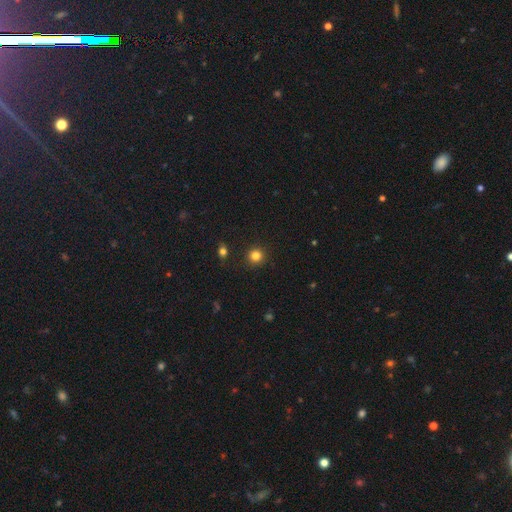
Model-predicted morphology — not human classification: The model was most divided on "smooth or featured": smooth: 82%, star or artifact: 14%, featured or disk: 4%. More confident: how rounded — round (94%); merging — none (91%).